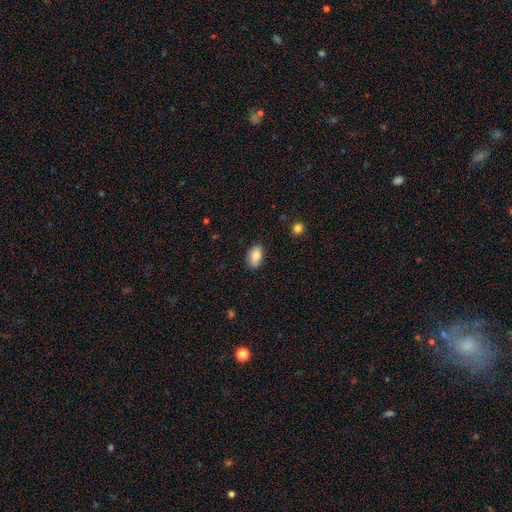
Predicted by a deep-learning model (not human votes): Q: Smooth or featured?
A: smooth (82%); runner-up: featured or disk (11%)
Q: How rounded?
A: in between (91%); runner-up: round (7%)
Q: Merging?
A: none (82%); runner-up: minor disturbance (15%)